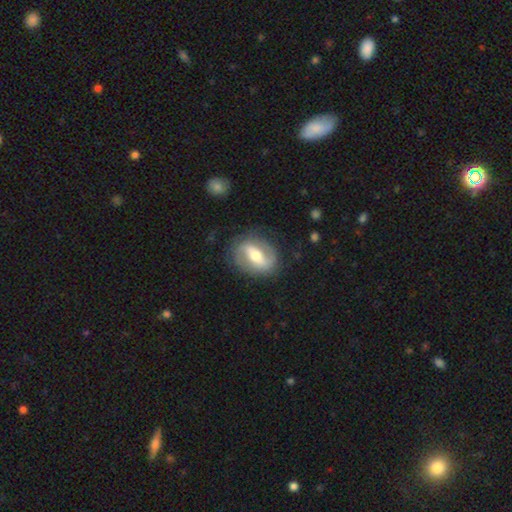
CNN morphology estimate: Q: Smooth or featured?
A: featured or disk (70%); runner-up: smooth (25%)
Q: Edge-on disk?
A: no (92%); runner-up: yes (8%)
Q: Bar?
A: strong (57%); runner-up: weak (29%)
Q: Spiral arms?
A: yes (67%); runner-up: no (33%)
Q: Bulge size?
A: moderate (67%); runner-up: small (18%)
Q: Merging?
A: none (79%); runner-up: minor disturbance (13%)